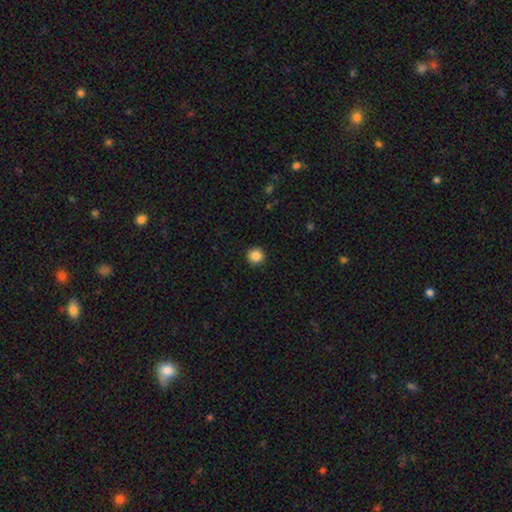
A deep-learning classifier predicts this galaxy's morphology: smooth-or-featured: smooth: 86% | star or artifact: 10% | featured or disk: 3%
  how-rounded: round: 95% | in between: 4% | cigar-shaped: 1%
  merging: none: 93% | minor disturbance: 4% | major disturbance: 2% | merger: 1%